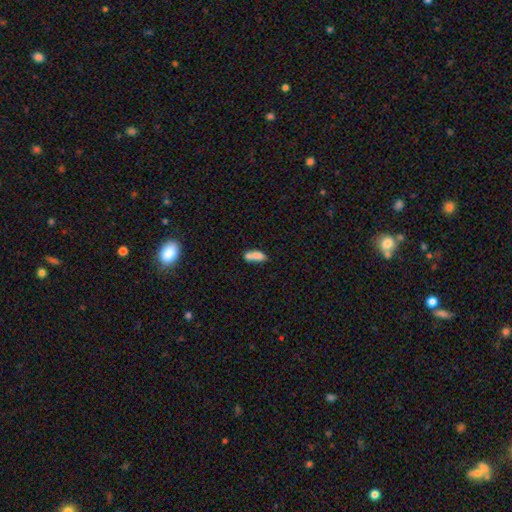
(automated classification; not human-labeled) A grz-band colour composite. It shows a smooth galaxy with no disk features (74%) that is in between round and cigar-shaped (71%). Merging: merger (47%).